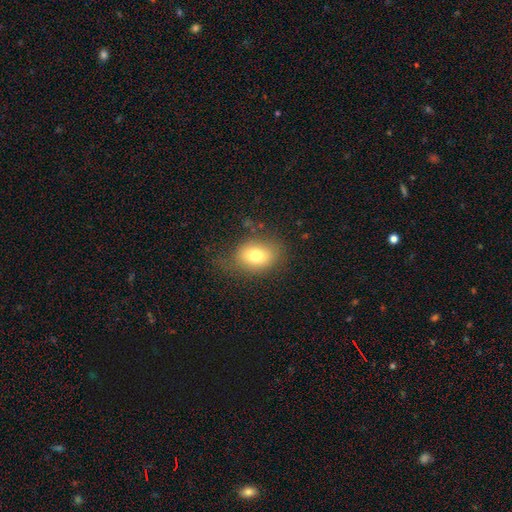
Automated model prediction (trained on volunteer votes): smooth-or-featured: smooth: 74% | featured or disk: 15% | star or artifact: 11%
  how-rounded: in between: 69% | round: 30% | cigar-shaped: 1%
  merging: none: 67% | minor disturbance: 21% | major disturbance: 10% | merger: 2%